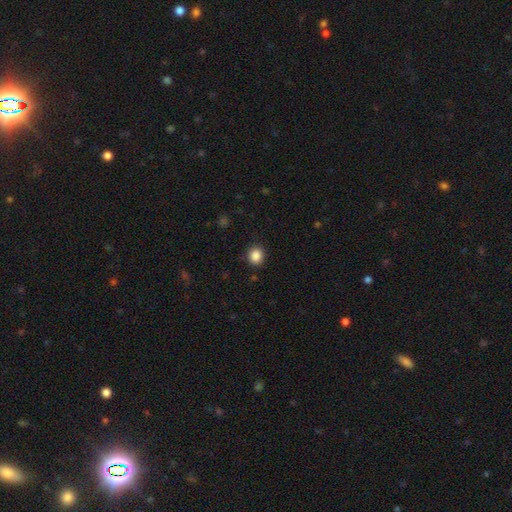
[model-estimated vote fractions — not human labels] A smooth galaxy with no disk features (87%) that is round (82%).

Vote fractions:
- Smooth or featured? smooth: 87% / star or artifact: 10% / featured or disk: 3%
- How rounded? round: 82% / in between: 17% / cigar-shaped: 1%
- Merging? none: 90% / minor disturbance: 7% / major disturbance: 2% / merger: 1%